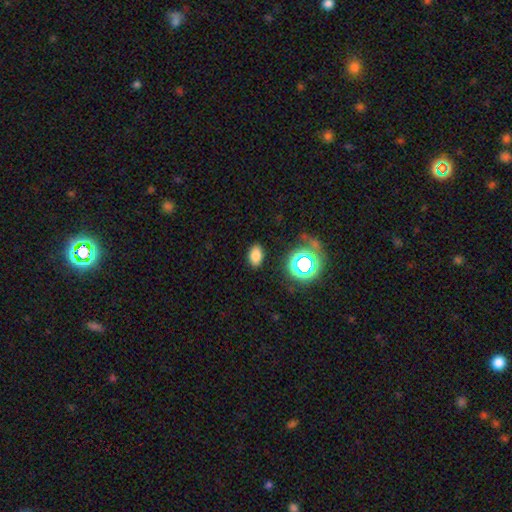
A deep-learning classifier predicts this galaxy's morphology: smooth-or-featured: smooth: 76% | star or artifact: 17% | featured or disk: 7%
  how-rounded: in between: 86% | round: 13% | cigar-shaped: 1%
  merging: none: 86% | minor disturbance: 10% | major disturbance: 3% | merger: 2%